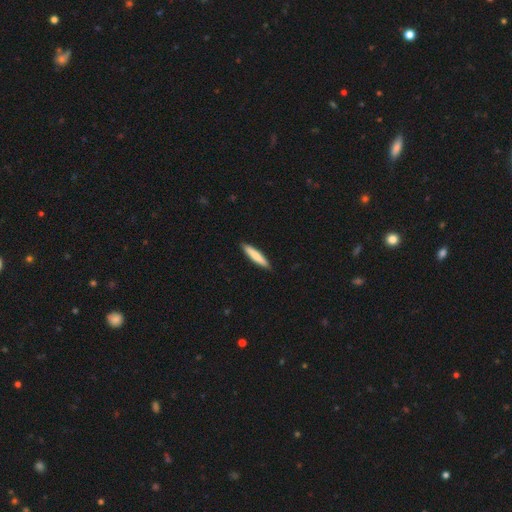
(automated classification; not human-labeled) A smooth galaxy with no disk features (80%) that is cigar-shaped (88%). Merging: none (90%).